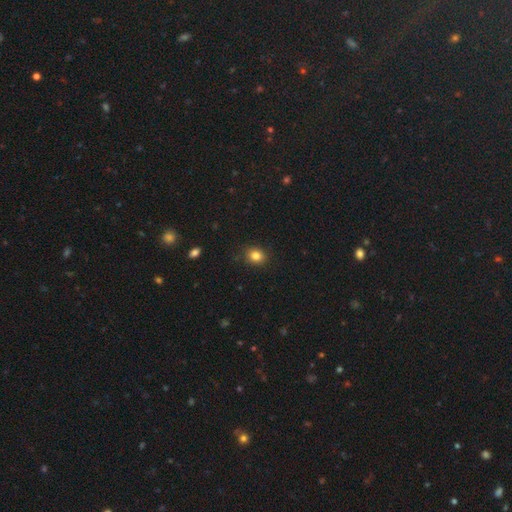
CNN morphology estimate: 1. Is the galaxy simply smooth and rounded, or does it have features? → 83% smooth, 12% star or artifact, 5% featured or disk.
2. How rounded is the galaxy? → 69% round, 30% in between, 1% cigar-shaped.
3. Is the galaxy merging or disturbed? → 87% none, 9% minor disturbance, 2% major disturbance, 1% merger.